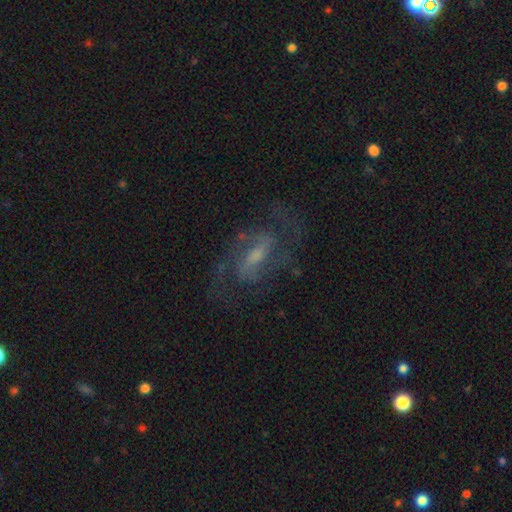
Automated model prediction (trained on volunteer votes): featured or disk 83%, smooth 9%, star or artifact 7%. Down the decision tree: edge-on disk — no (94%); bar — weak (50%); spiral arms — yes (94%); spiral arm count — 2 (84%); spiral winding — medium (55%); bulge size — small (43%); merging — none (71%).